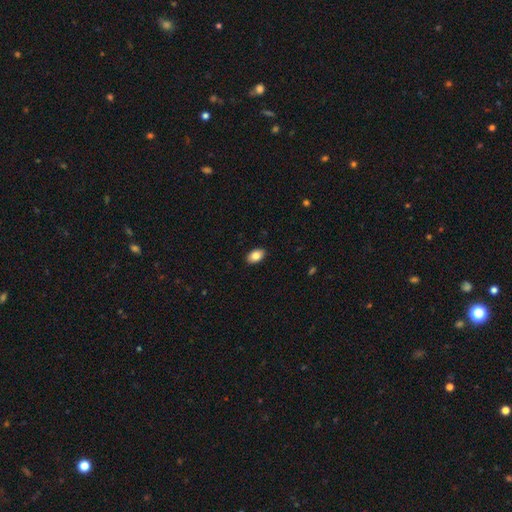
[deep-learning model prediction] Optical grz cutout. It shows a smooth galaxy with no disk features (85%) that is in between round and cigar-shaped (90%). Merging: none (90%).